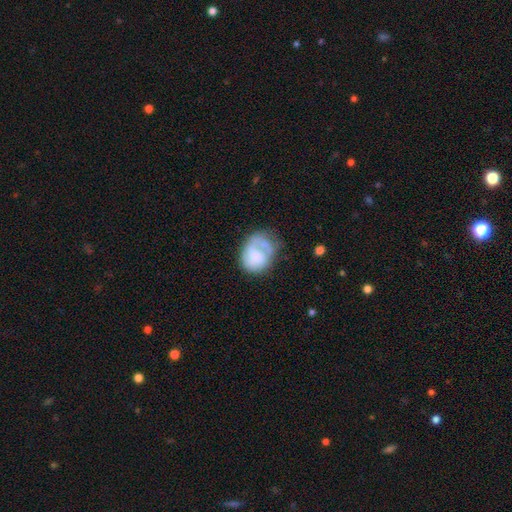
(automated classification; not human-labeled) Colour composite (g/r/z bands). It shows a smooth galaxy with no disk features (48%). Merging: none (35%).